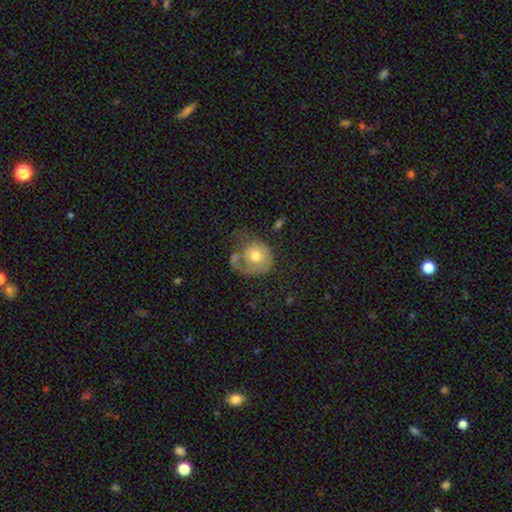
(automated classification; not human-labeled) smooth-or-featured: smooth: 59% | featured or disk: 33% | star or artifact: 8%
  how-rounded: round: 74% | in between: 25% | cigar-shaped: 1%
  merging: major disturbance: 36% | none: 29% | minor disturbance: 23% | merger: 11%